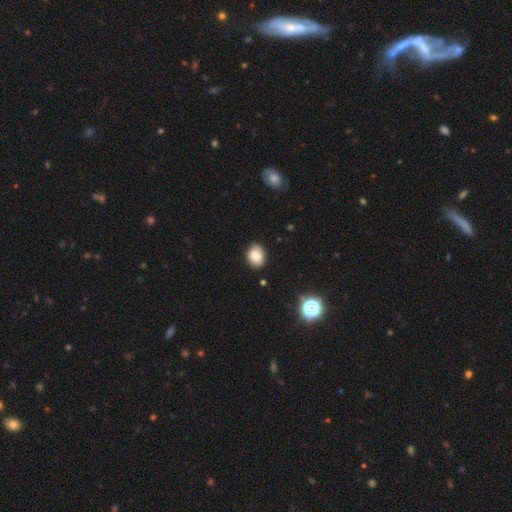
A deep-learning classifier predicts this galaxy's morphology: Smooth or featured?
  - smooth: 82% *
  - star or artifact: 10%
  - featured or disk: 8%
How rounded?
  - in between: 58% *
  - round: 41%
  - cigar-shaped: 1%
Merging?
  - none: 85% *
  - minor disturbance: 12%
  - major disturbance: 2%
  - merger: 1%